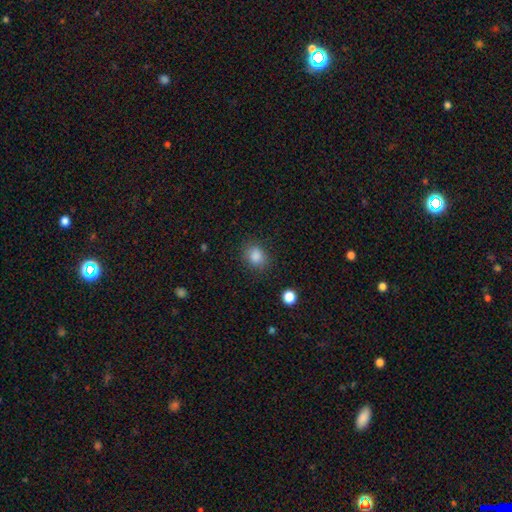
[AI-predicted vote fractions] Q: Smooth or featured?
A: smooth (85%); runner-up: star or artifact (11%)
Q: How rounded?
A: round (56%); runner-up: in between (43%)
Q: Merging?
A: none (80%); runner-up: minor disturbance (14%)